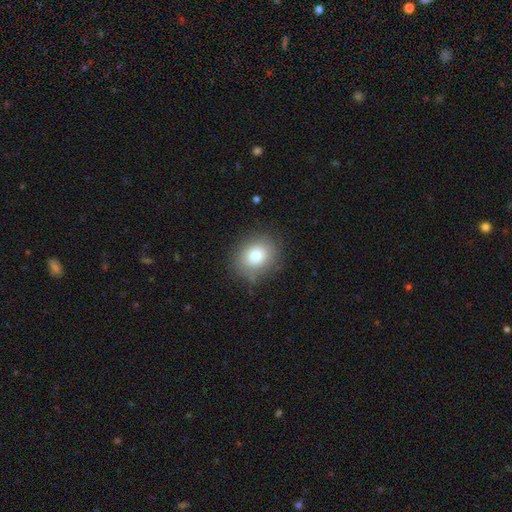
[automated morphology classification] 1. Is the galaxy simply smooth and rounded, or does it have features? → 76% smooth, 12% featured or disk, 12% star or artifact.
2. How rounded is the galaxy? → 73% round, 26% in between, 1% cigar-shaped.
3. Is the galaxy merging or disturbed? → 82% none, 12% minor disturbance, 4% major disturbance, 2% merger.